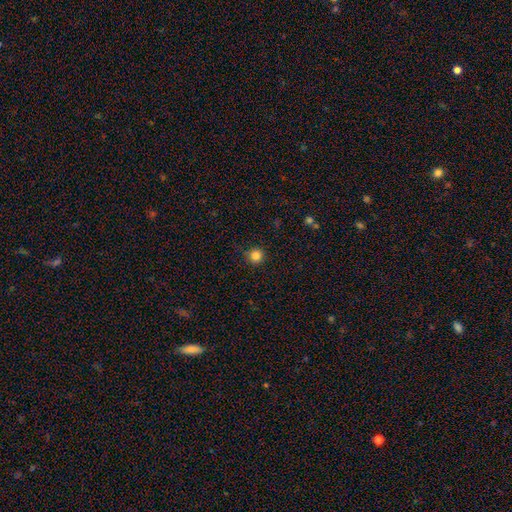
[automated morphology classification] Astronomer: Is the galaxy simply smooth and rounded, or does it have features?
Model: smooth — 84%.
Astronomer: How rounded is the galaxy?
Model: round — 95%.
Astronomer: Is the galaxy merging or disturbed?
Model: none — 86%.